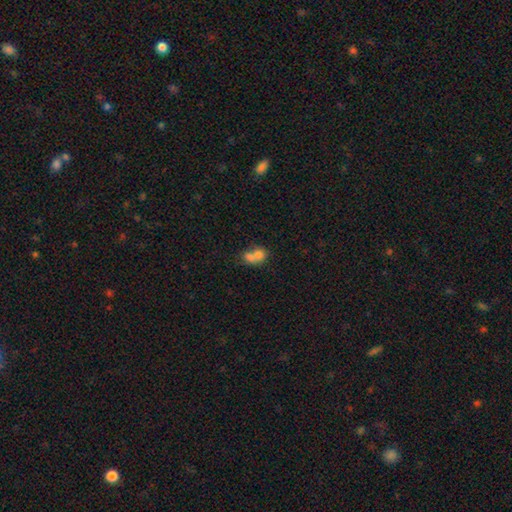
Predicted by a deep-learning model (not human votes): The model was most divided on "how rounded": round: 56%, in between: 43%, cigar-shaped: 1%. More confident: smooth or featured — smooth (72%); merging — merger (70%).